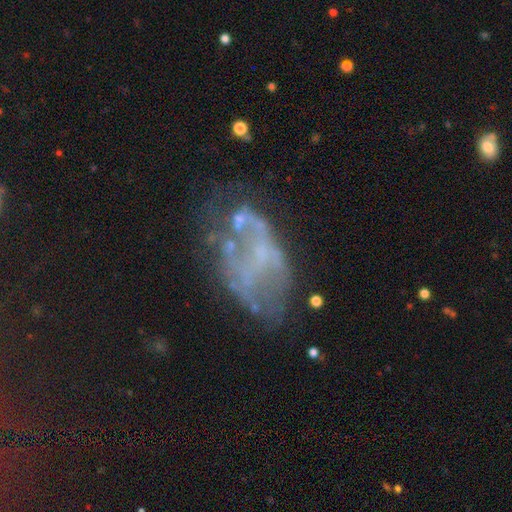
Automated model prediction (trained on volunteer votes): featured or disk 65%, smooth 19%, star or artifact 16%. Down the decision tree: edge-on disk — no (97%); bar — no (76%); spiral arms — no (75%); bulge size — none (68%); merging — none (43%).